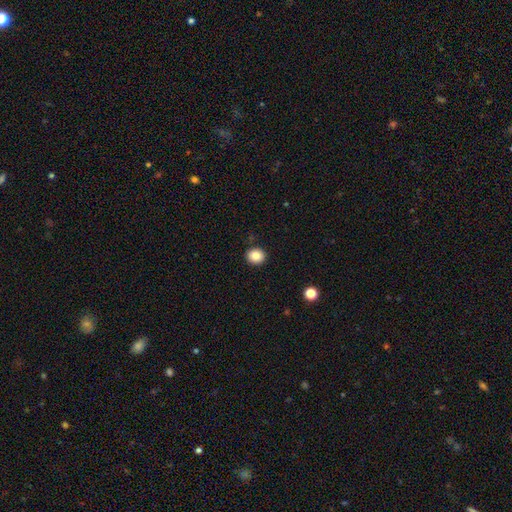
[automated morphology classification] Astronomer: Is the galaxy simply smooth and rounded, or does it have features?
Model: smooth — 85%.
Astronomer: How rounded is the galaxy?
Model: round — 77%.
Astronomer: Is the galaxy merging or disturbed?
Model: none — 91%.